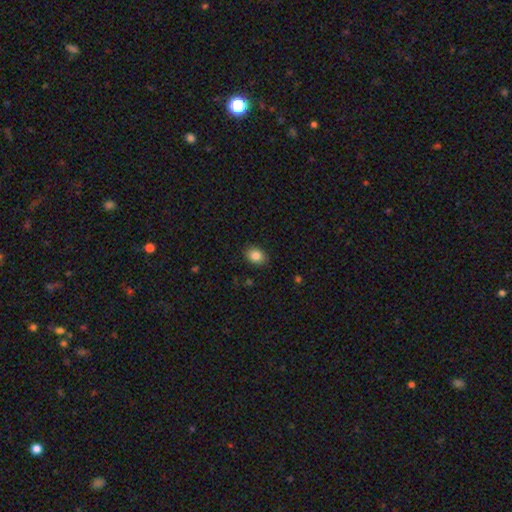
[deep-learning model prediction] Morphology: type=smooth (85%); roundness=in between (67%); merging=none (87%).